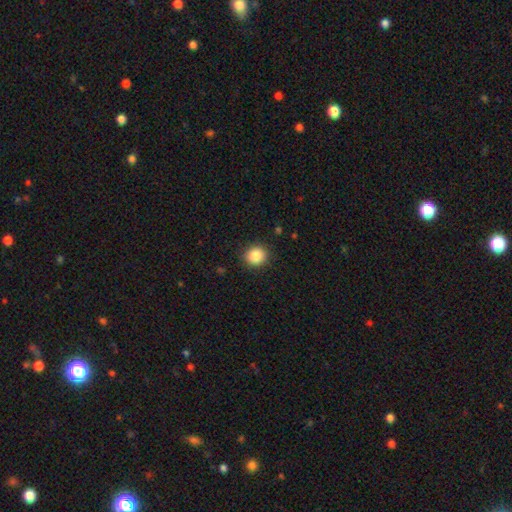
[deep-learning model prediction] Smooth or featured? smooth (86%)
How rounded? round (87%)
Merging? none (90%)